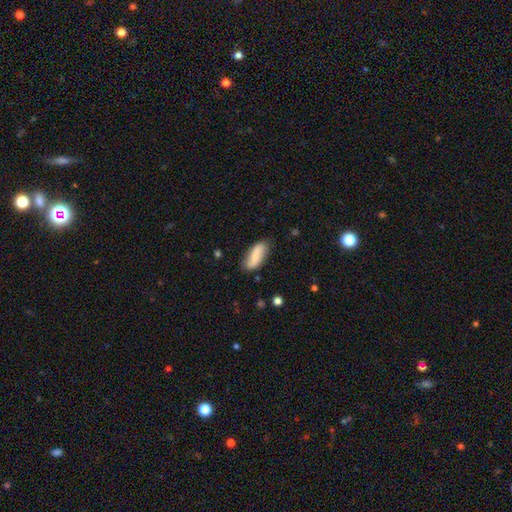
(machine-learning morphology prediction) This appears to be a smooth galaxy with no disk features (72%) that is in between round and cigar-shaped (75%). Merging: none (77%).